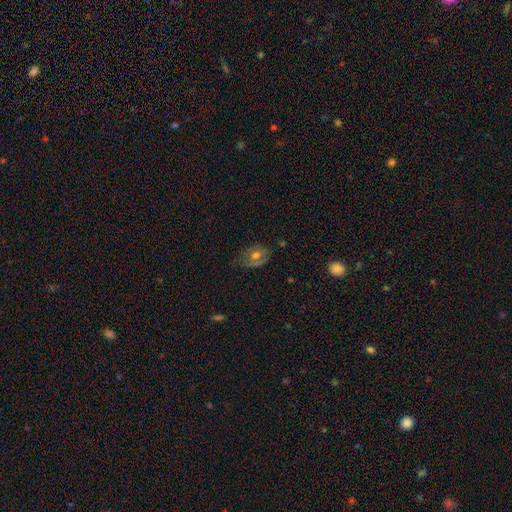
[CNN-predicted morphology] The model was most divided on "smooth or featured": smooth: 44%, featured or disk: 42%, star or artifact: 14%. More confident: merging — none (54%).